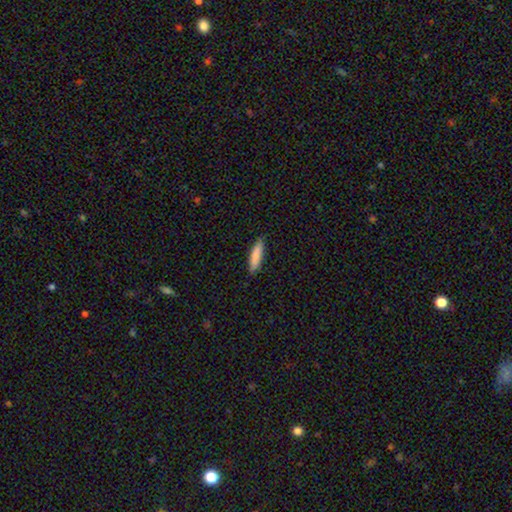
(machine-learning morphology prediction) smooth-or-featured: smooth: 85% | featured or disk: 9% | star or artifact: 6%
  how-rounded: cigar-shaped: 79% | in between: 20% | round: 1%
  merging: none: 86% | minor disturbance: 11% | major disturbance: 2% | merger: 1%